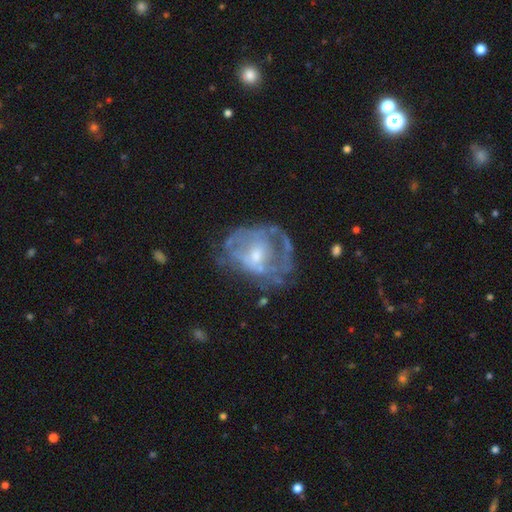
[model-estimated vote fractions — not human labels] Smooth or featured: featured or disk — 70% (smooth — 21%)
Edge-on disk: no — 97% (yes — 3%)
Bar: no — 67% (weak — 28%)
Spiral arms: no — 52% (yes — 48%)
Bulge size: moderate — 46% (small — 44%)
Merging: none — 43% (major disturbance — 30%)